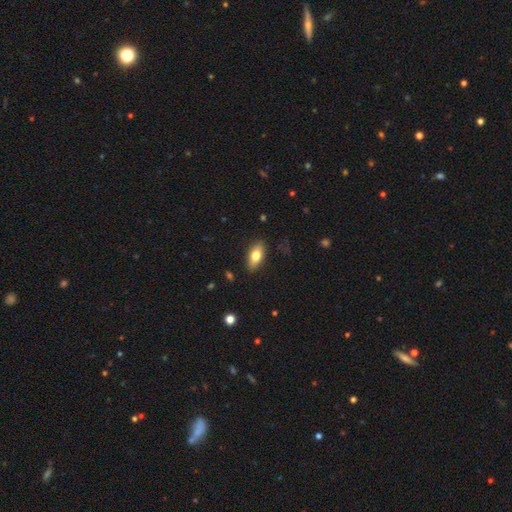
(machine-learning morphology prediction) Q: Smooth or featured?
A: smooth (74%); runner-up: featured or disk (19%)
Q: How rounded?
A: in between (84%); runner-up: cigar-shaped (12%)
Q: Merging?
A: none (86%); runner-up: minor disturbance (10%)